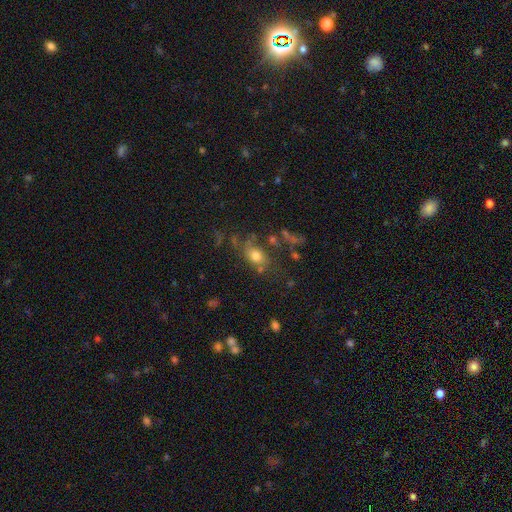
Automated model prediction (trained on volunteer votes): A smooth galaxy with no disk features (67%) that is in between round and cigar-shaped (64%).

Vote fractions:
- Smooth or featured? smooth: 67% / featured or disk: 18% / star or artifact: 15%
- How rounded? in between: 64% / round: 32% / cigar-shaped: 4%
- Merging? none: 55% / minor disturbance: 20% / major disturbance: 15% / merger: 11%